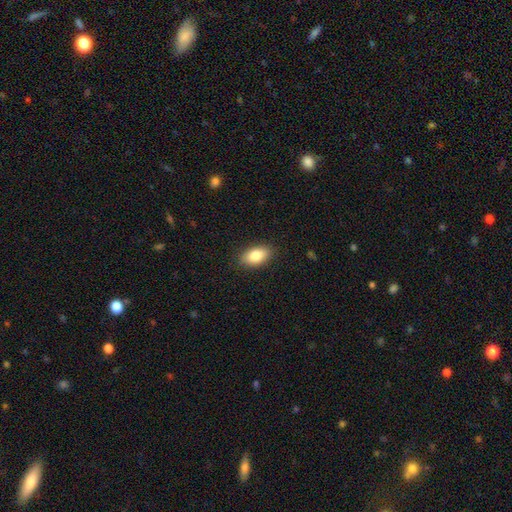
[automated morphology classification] A smooth galaxy with no disk features (83%) that is in between round and cigar-shaped (91%).

Vote fractions:
- Smooth or featured? smooth: 83% / featured or disk: 10% / star or artifact: 7%
- How rounded? in between: 91% / round: 6% / cigar-shaped: 3%
- Merging? none: 88% / minor disturbance: 9% / major disturbance: 2% / merger: 1%